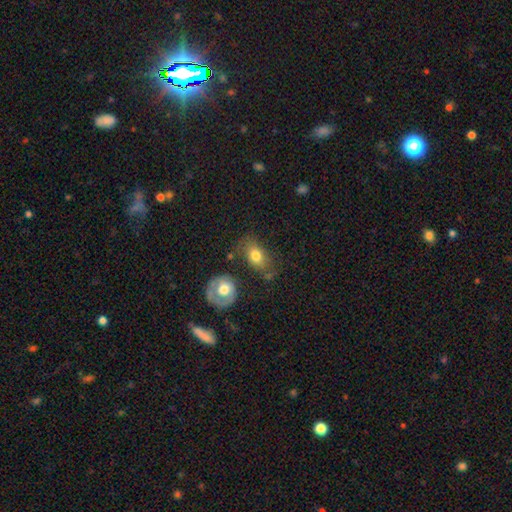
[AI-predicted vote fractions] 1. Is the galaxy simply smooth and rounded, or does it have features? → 73% smooth, 19% featured or disk, 8% star or artifact.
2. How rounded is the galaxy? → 77% in between, 21% round, 2% cigar-shaped.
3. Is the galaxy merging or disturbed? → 59% none, 20% minor disturbance, 11% merger, 10% major disturbance.